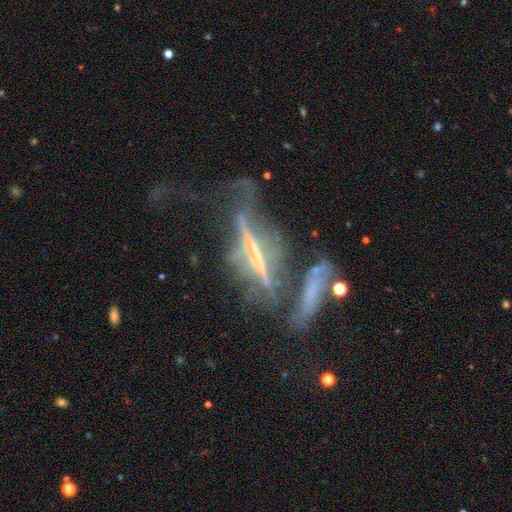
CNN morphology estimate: Smooth or featured: featured or disk — 73% (smooth — 15%)
Edge-on disk: yes — 79% (no — 21%)
Edge-on bulge: none — 50% (rounded — 30%)
Merging: major disturbance — 31% (none — 27%)